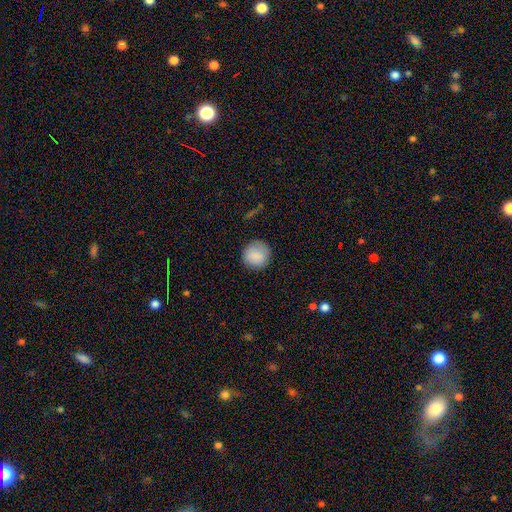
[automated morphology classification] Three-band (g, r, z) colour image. It shows a smooth galaxy with no disk features (87%) that is round (91%). Merging: none (84%).